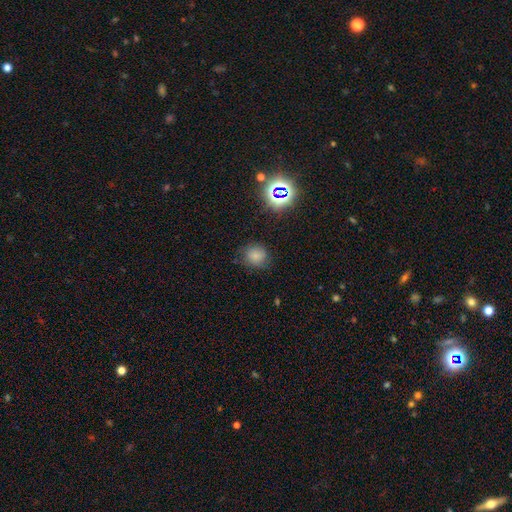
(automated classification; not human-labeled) Q: Smooth or featured?
A: smooth (71%); runner-up: star or artifact (19%)
Q: How rounded?
A: round (76%); runner-up: in between (23%)
Q: Merging?
A: none (72%); runner-up: minor disturbance (20%)